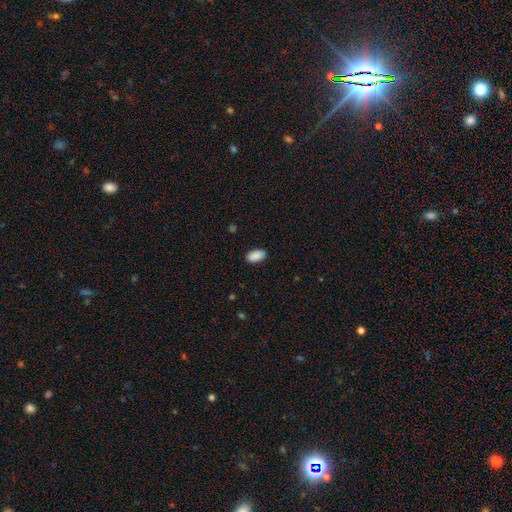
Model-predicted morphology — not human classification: type=smooth (90%); roundness=in between (95%); merging=none (89%).